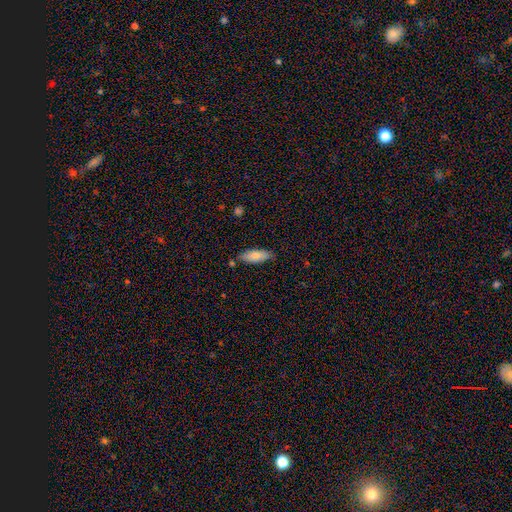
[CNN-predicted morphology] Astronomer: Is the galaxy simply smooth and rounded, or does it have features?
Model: smooth — 79%.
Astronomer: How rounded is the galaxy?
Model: in between — 71%.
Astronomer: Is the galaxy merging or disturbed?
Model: none — 78%.